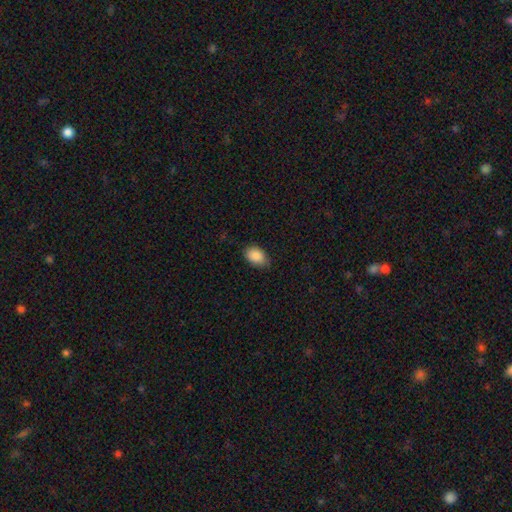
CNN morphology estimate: Smooth or featured? Predicted: smooth (p=0.89). How rounded? Predicted: in between (p=0.87). Merging? Predicted: none (p=0.76).